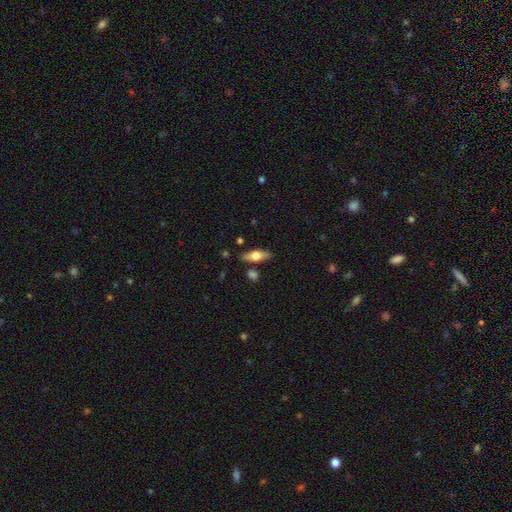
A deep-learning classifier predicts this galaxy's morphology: The model was most divided on "smooth or featured": smooth: 52%, featured or disk: 42%, star or artifact: 6%. More confident: merging — none (83%); how rounded — in between (62%).